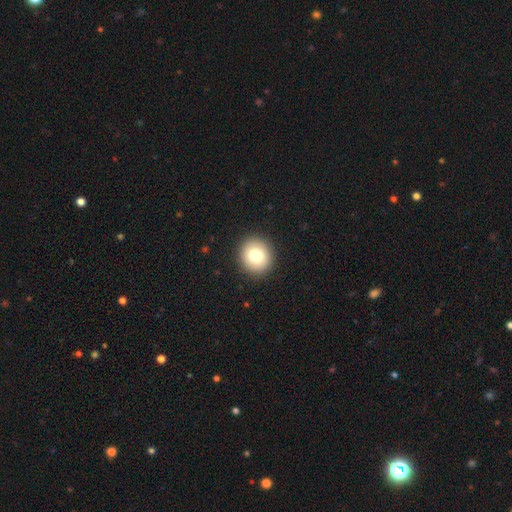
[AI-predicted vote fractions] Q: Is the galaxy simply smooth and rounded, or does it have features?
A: smooth — 80%.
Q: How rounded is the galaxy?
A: round — 86%.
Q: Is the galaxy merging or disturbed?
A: none — 91%.